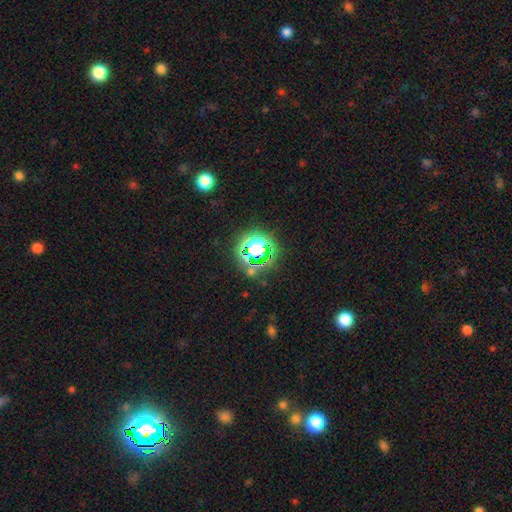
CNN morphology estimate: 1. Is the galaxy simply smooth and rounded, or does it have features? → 69% star or artifact, 22% smooth, 8% featured or disk.